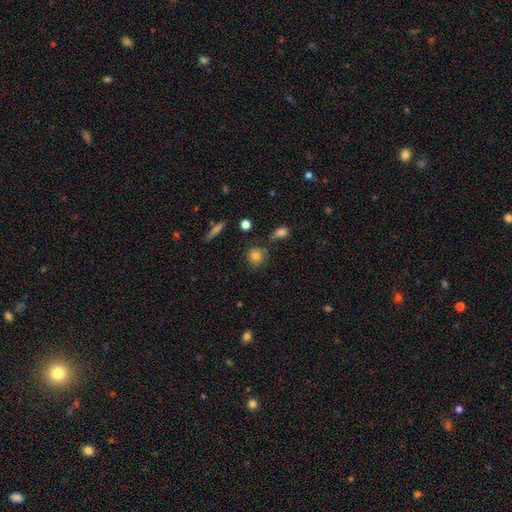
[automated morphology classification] A smooth galaxy with no disk features (81%) that is round (84%). Merging: none (74%).